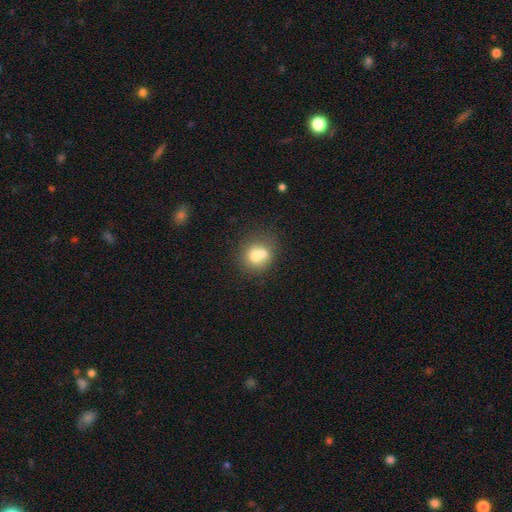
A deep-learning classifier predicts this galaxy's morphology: The model was most divided on "merging": merger: 49%, none: 40%, minor disturbance: 8%, major disturbance: 3%. More confident: how rounded — round (81%); smooth or featured — smooth (68%).